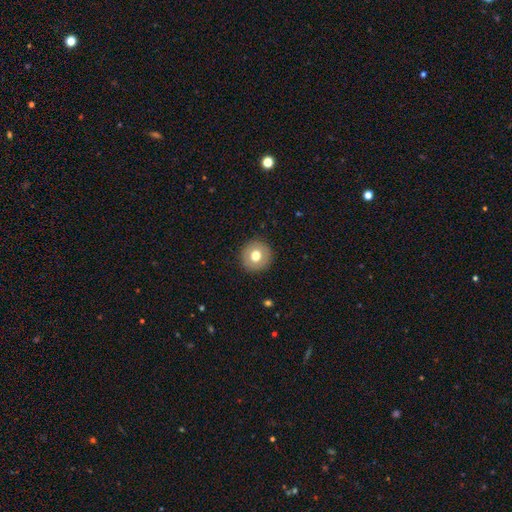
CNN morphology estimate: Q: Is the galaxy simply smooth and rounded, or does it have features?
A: smooth — 71%.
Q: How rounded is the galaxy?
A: round — 94%.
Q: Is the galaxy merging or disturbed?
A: none — 92%.